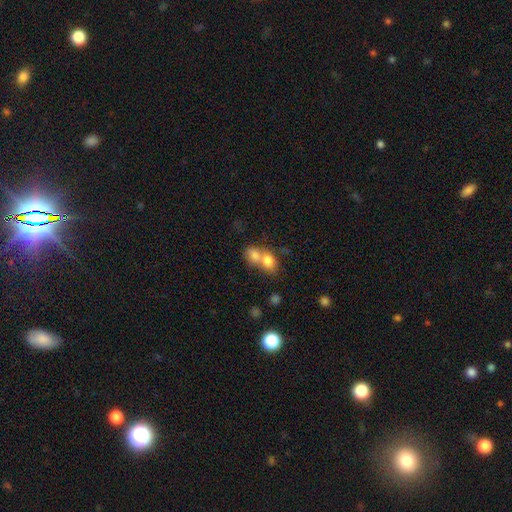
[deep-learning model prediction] smooth-or-featured: smooth: 74% | featured or disk: 15% | star or artifact: 11%
  how-rounded: in between: 50% | round: 49% | cigar-shaped: 2%
  merging: merger: 71% | none: 20% | minor disturbance: 6% | major disturbance: 3%